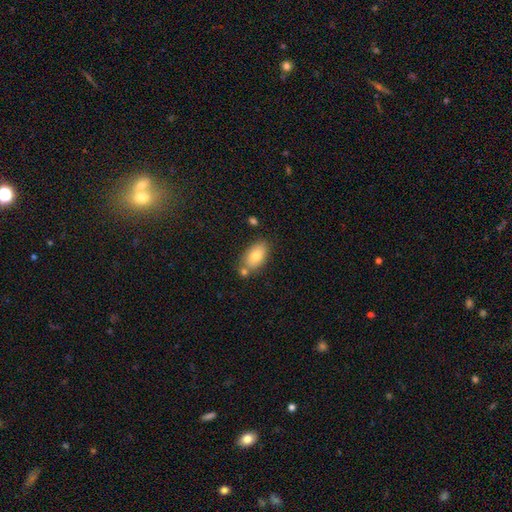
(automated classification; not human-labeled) Q: Smooth or featured?
A: smooth (78%); runner-up: featured or disk (15%)
Q: How rounded?
A: in between (92%); runner-up: round (6%)
Q: Merging?
A: none (67%); runner-up: merger (15%)